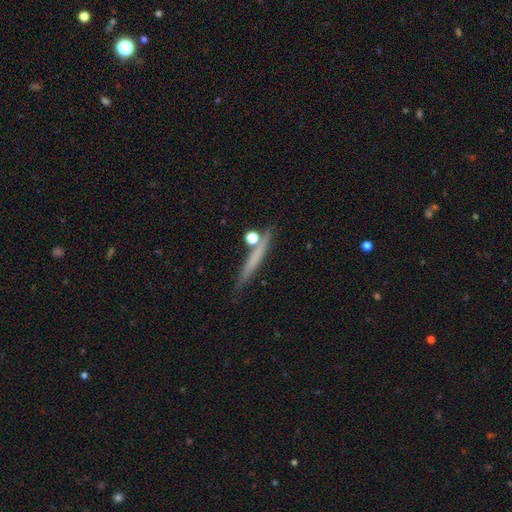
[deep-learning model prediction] Morphology: type=smooth (53%); roundness=cigar-shaped (91%); merging=none (77%).